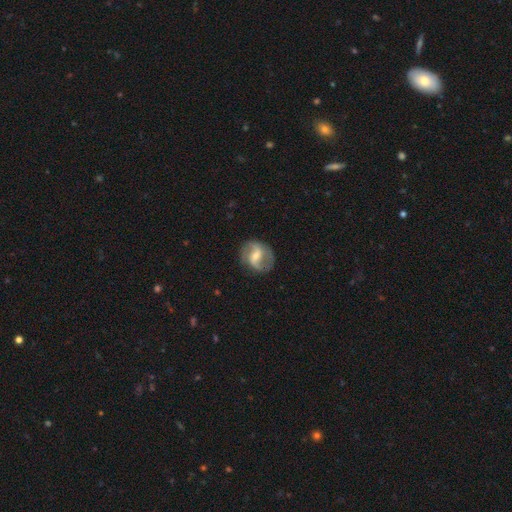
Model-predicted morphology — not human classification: Smooth or featured: featured or disk — 74% (smooth — 20%)
Edge-on disk: no — 97% (yes — 3%)
Bar: weak — 49% (strong — 30%)
Spiral arms: yes — 90% (no — 10%)
Spiral winding: loose — 44% (medium — 42%)
Spiral arm count: 2 — 86% (can't tell — 6%)
Bulge size: moderate — 46% (small — 40%)
Merging: none — 76% (minor disturbance — 15%)